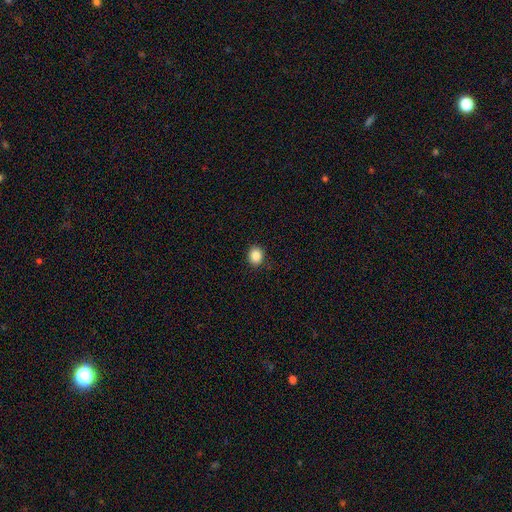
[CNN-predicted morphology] Smooth or featured?
  - smooth: 87% *
  - star or artifact: 10%
  - featured or disk: 3%
How rounded?
  - round: 68% *
  - in between: 31%
  - cigar-shaped: 1%
Merging?
  - none: 90% *
  - minor disturbance: 7%
  - major disturbance: 2%
  - merger: 1%